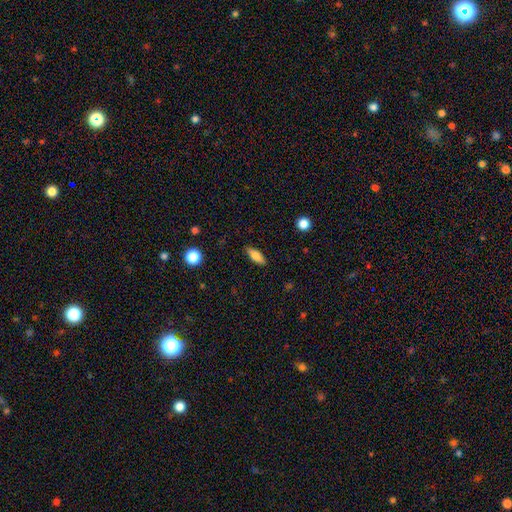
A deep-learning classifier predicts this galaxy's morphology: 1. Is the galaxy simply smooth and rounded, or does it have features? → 74% smooth, 18% featured or disk, 7% star or artifact.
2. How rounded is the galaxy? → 67% in between, 30% cigar-shaped, 3% round.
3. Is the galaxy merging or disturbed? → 86% none, 11% minor disturbance, 2% major disturbance, 1% merger.